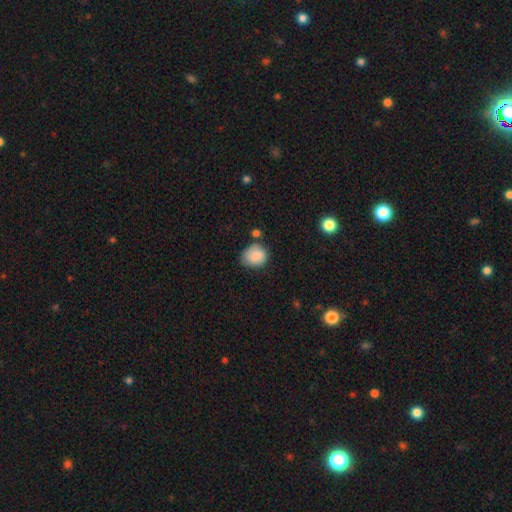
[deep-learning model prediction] Q: Smooth or featured?
A: smooth (85%); runner-up: star or artifact (8%)
Q: How rounded?
A: round (58%); runner-up: in between (42%)
Q: Merging?
A: none (58%); runner-up: minor disturbance (28%)